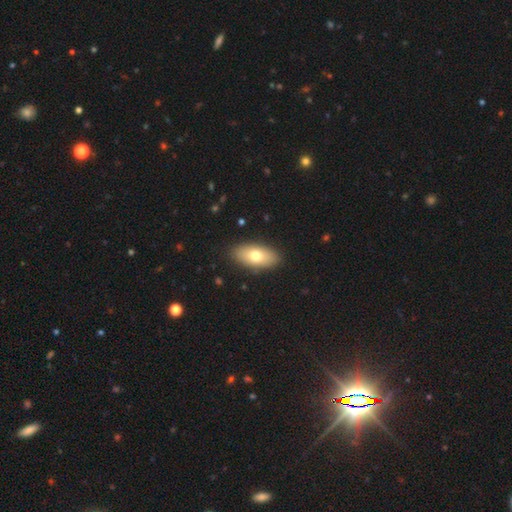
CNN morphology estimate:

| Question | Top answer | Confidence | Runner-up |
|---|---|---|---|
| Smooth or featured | smooth | 73% | featured or disk (20%) |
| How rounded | in between | 90% | cigar-shaped (6%) |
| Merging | none | 88% | minor disturbance (9%) |